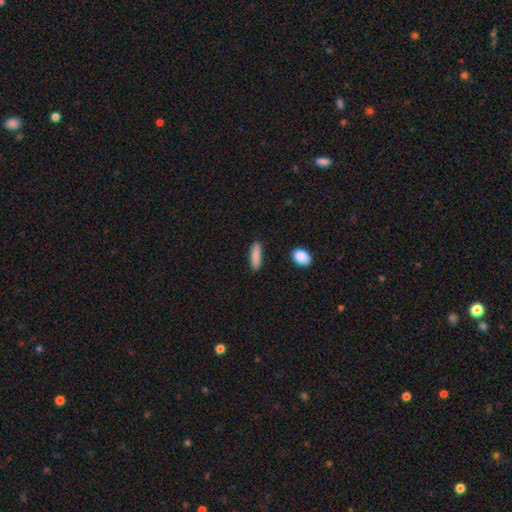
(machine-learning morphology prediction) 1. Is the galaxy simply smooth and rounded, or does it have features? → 87% smooth, 7% featured or disk, 6% star or artifact.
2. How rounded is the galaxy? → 55% cigar-shaped, 43% in between, 2% round.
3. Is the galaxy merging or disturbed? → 87% none, 9% minor disturbance, 2% merger, 2% major disturbance.